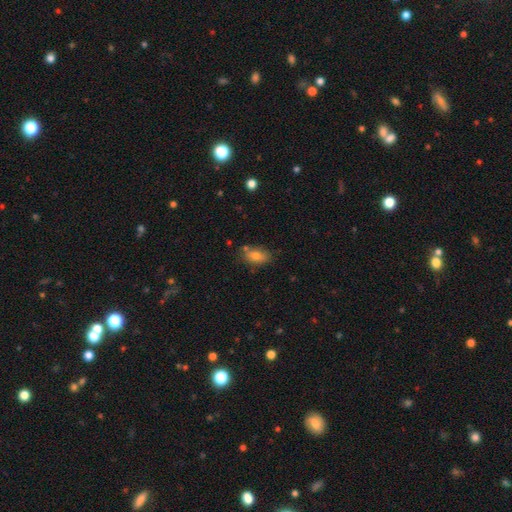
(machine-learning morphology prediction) Smooth or featured: smooth — 77% (featured or disk — 13%)
How rounded: in between — 86% (cigar-shaped — 7%)
Merging: none — 72% (minor disturbance — 17%)